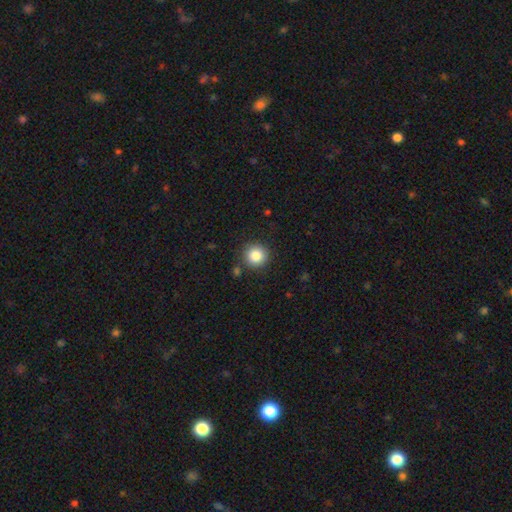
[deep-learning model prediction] Morphology: type=smooth (85%); roundness=round (94%); merging=none (86%).